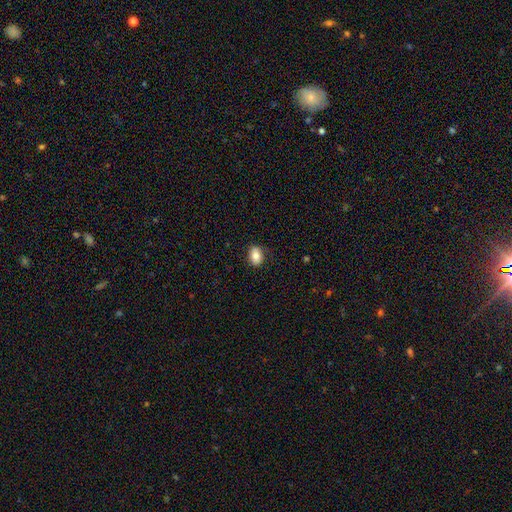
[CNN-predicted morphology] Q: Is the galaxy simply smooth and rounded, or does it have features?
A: smooth — 77%.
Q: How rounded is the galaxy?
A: in between — 72%.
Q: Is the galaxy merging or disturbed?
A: none — 80%.